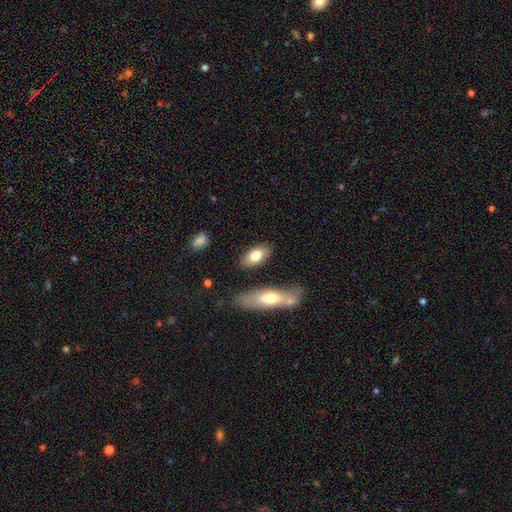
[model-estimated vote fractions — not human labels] Smooth or featured? Predicted: smooth (p=0.75). How rounded? Predicted: in between (p=0.88). Merging? Predicted: none (p=0.81).